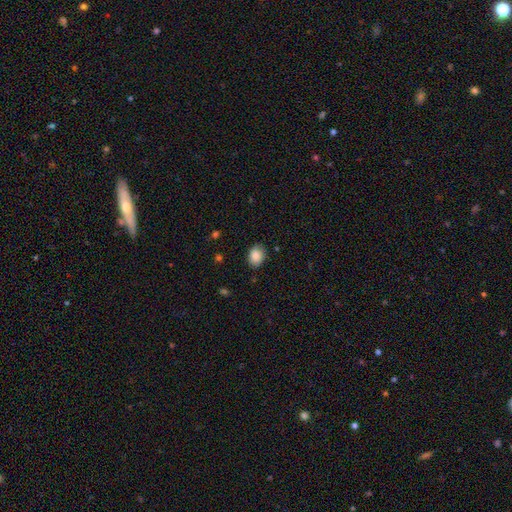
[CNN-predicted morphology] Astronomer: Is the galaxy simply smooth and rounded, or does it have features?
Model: smooth — 87%.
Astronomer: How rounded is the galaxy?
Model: in between — 68%.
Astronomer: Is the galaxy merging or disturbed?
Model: none — 80%.